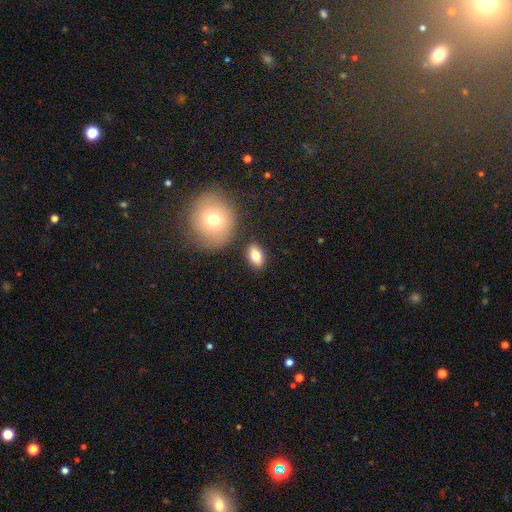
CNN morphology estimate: smooth 79%, featured or disk 13%, star or artifact 8%. Down the decision tree: how rounded — in between (86%); merging — none (83%).